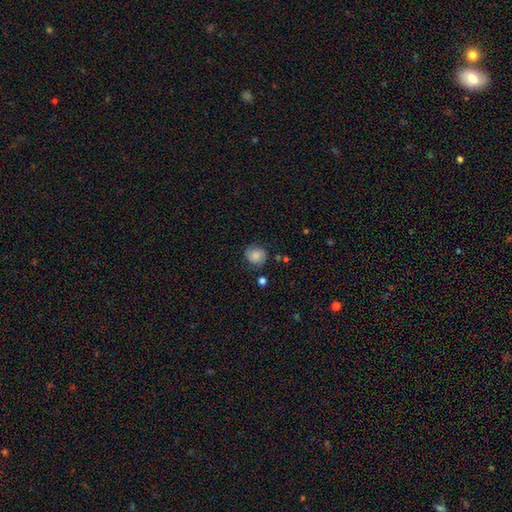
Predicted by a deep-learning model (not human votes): Overall: smooth (56%; featured or disk 34%). How rounded: round (80%). Merging: none (75%).